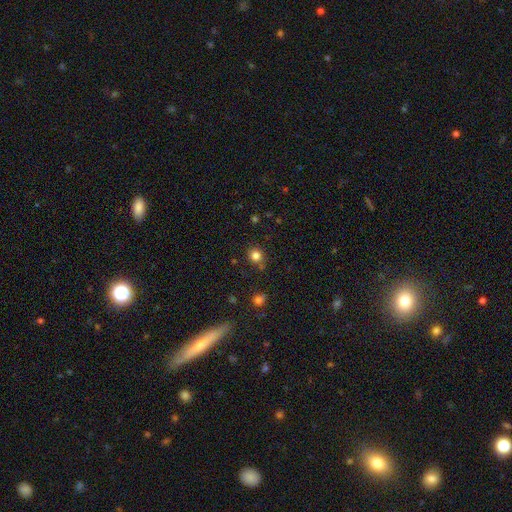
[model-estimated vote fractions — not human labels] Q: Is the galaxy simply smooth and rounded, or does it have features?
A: smooth — 81%.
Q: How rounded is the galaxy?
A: round — 84%.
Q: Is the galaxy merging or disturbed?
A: none — 79%.